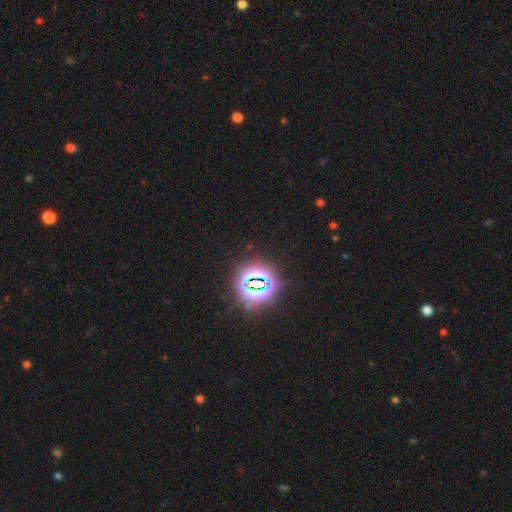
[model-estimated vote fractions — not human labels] This appears to be a star or artifact, not a galaxy (84%).